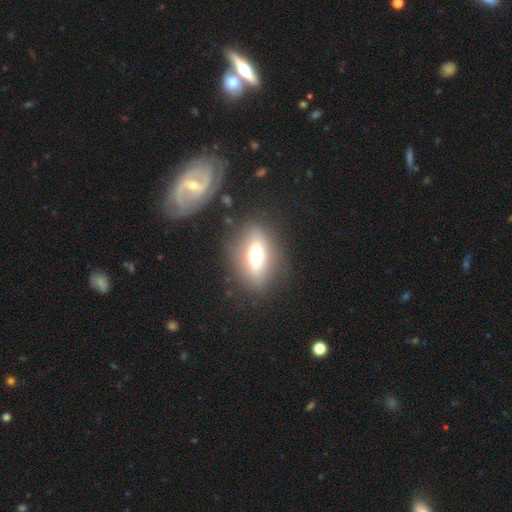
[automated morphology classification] Smooth or featured?
  - smooth: 53% *
  - featured or disk: 37%
  - star or artifact: 10%
How rounded?
  - in between: 72% *
  - cigar-shaped: 15%
  - round: 13%
Merging?
  - none: 78% *
  - minor disturbance: 12%
  - major disturbance: 6%
  - merger: 4%